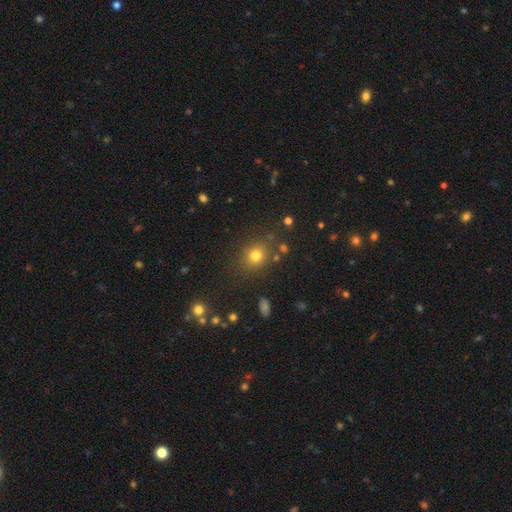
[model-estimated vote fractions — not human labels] Smooth or featured?
  - smooth: 77% *
  - star or artifact: 16%
  - featured or disk: 7%
How rounded?
  - round: 75% *
  - in between: 24%
  - cigar-shaped: 1%
Merging?
  - none: 81% *
  - minor disturbance: 10%
  - merger: 4%
  - major disturbance: 4%